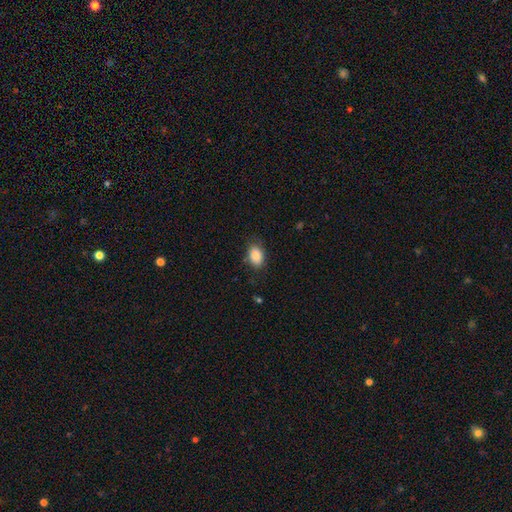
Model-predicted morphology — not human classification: This is clearly a smooth galaxy (87%). How rounded: clearly in between (84%). Merging: likely none (74%).